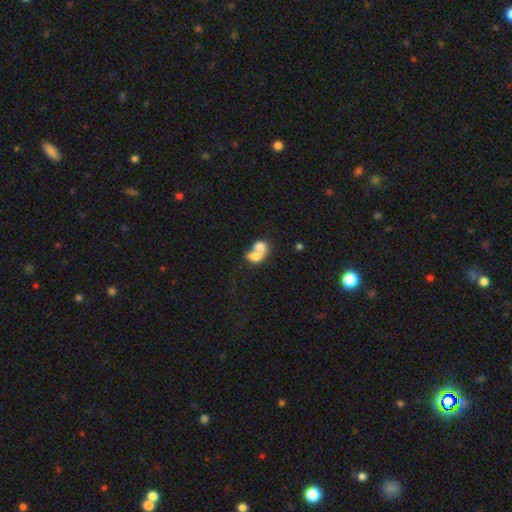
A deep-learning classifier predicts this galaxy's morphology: Smooth or featured: smooth — 72% (featured or disk — 20%)
How rounded: in between — 67% (round — 32%)
Merging: merger — 76% (none — 13%)